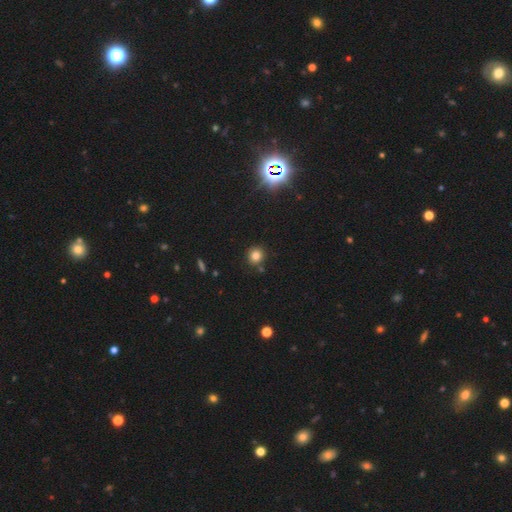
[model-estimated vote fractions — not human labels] Smooth or featured?
  - smooth: 80% *
  - star or artifact: 14%
  - featured or disk: 6%
How rounded?
  - round: 91% *
  - in between: 8%
  - cigar-shaped: 1%
Merging?
  - none: 83% *
  - minor disturbance: 8%
  - merger: 7%
  - major disturbance: 2%